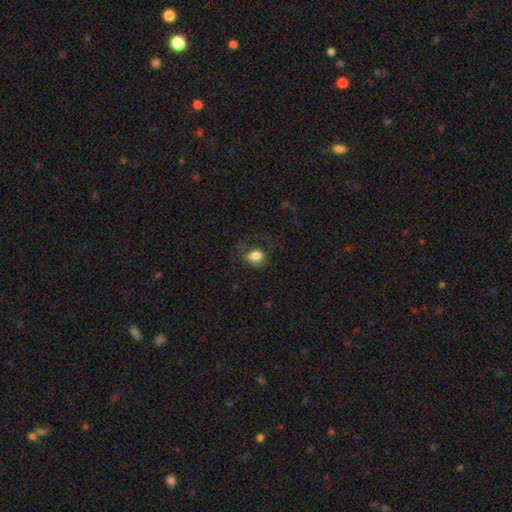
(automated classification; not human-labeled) This is clearly a smooth galaxy (81%). How rounded: likely in between (73%). Merging: likely none (61%).